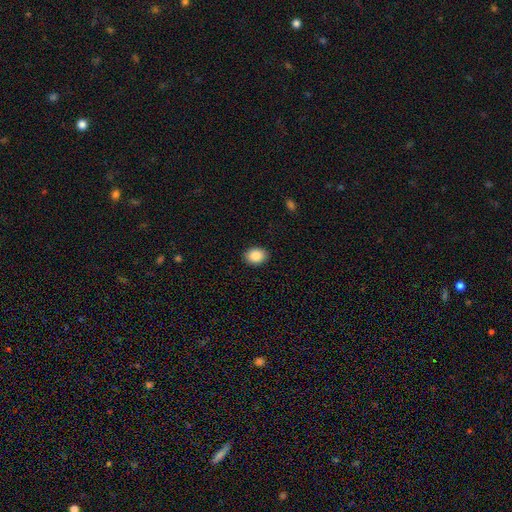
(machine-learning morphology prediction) smooth-or-featured: smooth: 88% | star or artifact: 8% | featured or disk: 4%
  how-rounded: in between: 64% | round: 35% | cigar-shaped: 1%
  merging: none: 90% | minor disturbance: 7% | major disturbance: 2% | merger: 1%